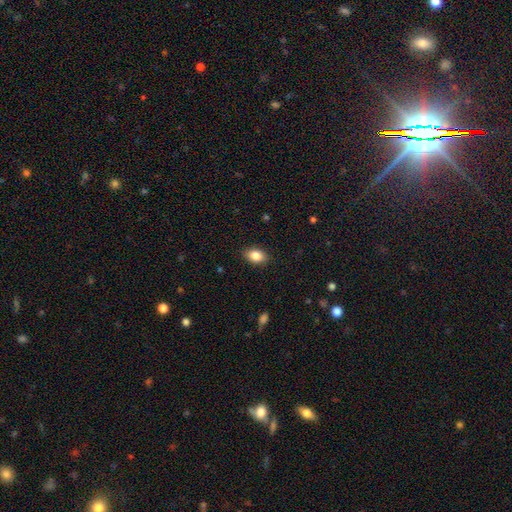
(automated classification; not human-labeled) The model was most divided on "how rounded": in between: 88%, round: 11%, cigar-shaped: 2%. More confident: merging — none (88%); smooth or featured — smooth (86%).